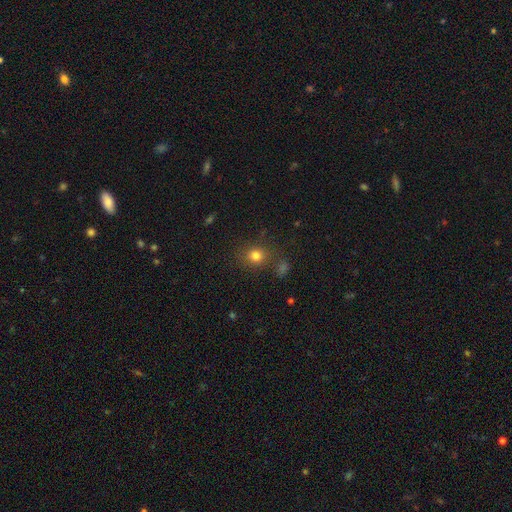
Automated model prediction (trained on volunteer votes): The model was most divided on "how rounded": round: 79%, in between: 20%, cigar-shaped: 1%. More confident: smooth or featured — smooth (79%); merging — none (78%).